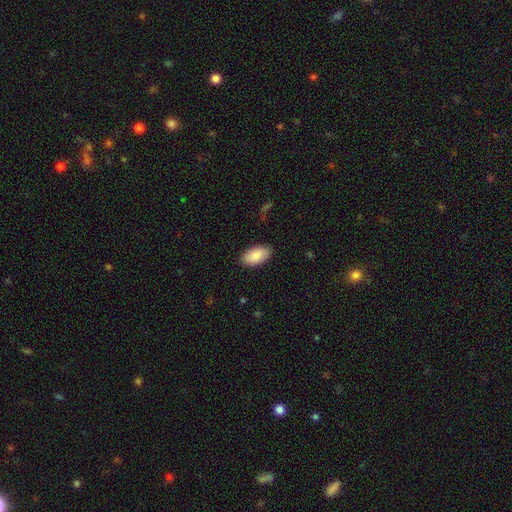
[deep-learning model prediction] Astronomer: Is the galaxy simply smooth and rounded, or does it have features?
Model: smooth — 86%.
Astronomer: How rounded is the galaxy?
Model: in between — 95%.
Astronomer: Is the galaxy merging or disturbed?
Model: none — 88%.